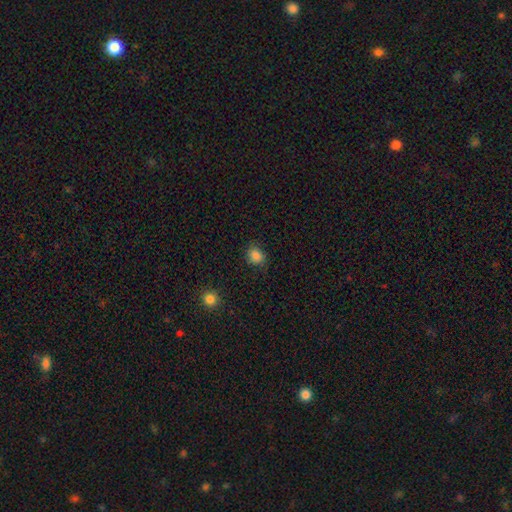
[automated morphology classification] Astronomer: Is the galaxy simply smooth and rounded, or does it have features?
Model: smooth — 85%.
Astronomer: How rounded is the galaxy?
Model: round — 59% (runner-up: in between, 40%).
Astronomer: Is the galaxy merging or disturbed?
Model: none — 82%.